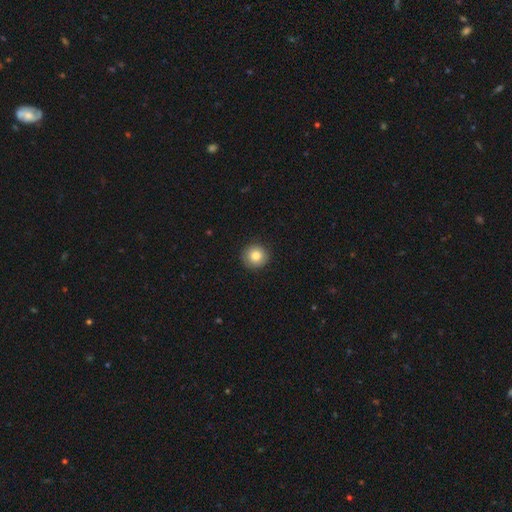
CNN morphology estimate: This appears to be a smooth galaxy with no disk features (82%) that is round (94%). Merging: none (90%).